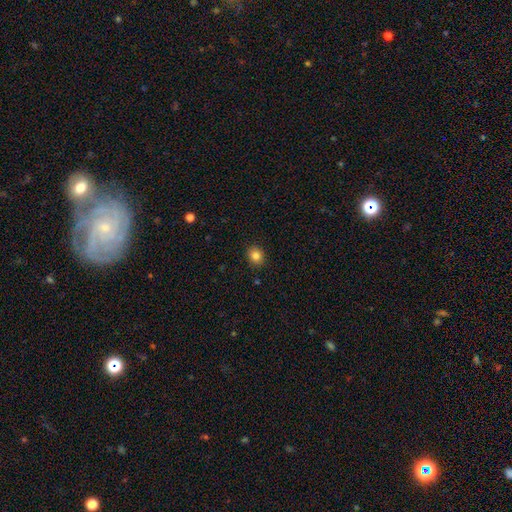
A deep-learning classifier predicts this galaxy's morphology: A smooth galaxy with no disk features (83%) that is round (70%). Merging: none (89%).